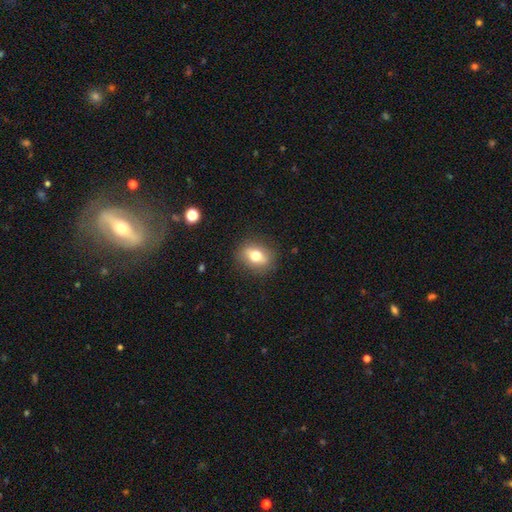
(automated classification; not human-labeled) Smooth or featured?
  - smooth: 68% *
  - featured or disk: 23%
  - star or artifact: 9%
How rounded?
  - in between: 58% *
  - round: 39%
  - cigar-shaped: 3%
Merging?
  - none: 86% *
  - minor disturbance: 10%
  - major disturbance: 3%
  - merger: 1%